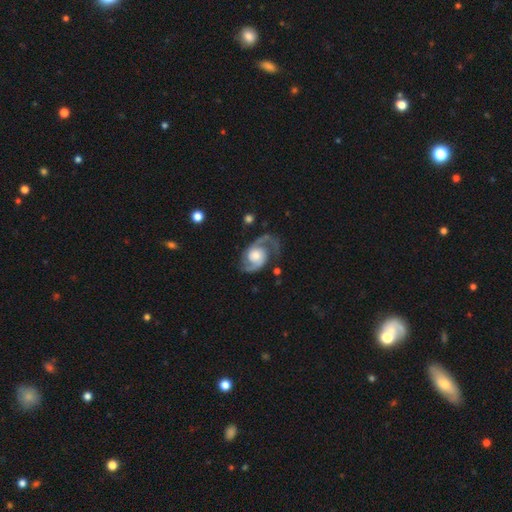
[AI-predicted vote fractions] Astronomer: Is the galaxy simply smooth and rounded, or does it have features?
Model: featured or disk — 90%.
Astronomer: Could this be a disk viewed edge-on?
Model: no — 98%.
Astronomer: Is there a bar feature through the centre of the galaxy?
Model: no — 67%.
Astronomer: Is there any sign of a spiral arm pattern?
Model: yes — 97%.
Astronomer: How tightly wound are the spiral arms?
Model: medium — 56%.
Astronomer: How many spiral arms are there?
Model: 2 — 92%.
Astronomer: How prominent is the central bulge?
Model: moderate — 52%.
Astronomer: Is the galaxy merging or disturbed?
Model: none — 71%.